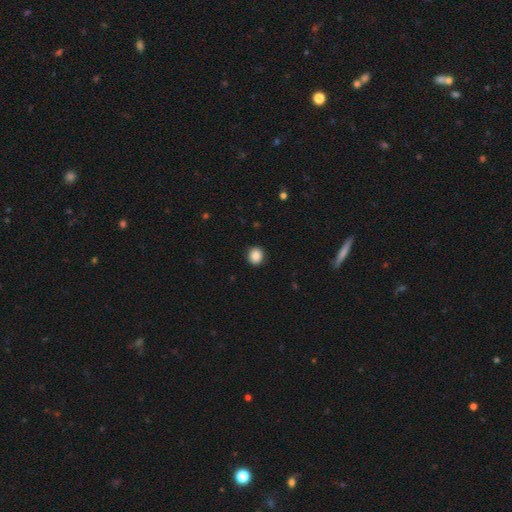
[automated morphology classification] smooth_or_featured: smooth (p=0.87) [alt: star or artifact p=0.09]
how_rounded: round (p=0.87) [alt: in between p=0.12]
merging: none (p=0.92) [alt: minor disturbance p=0.05]